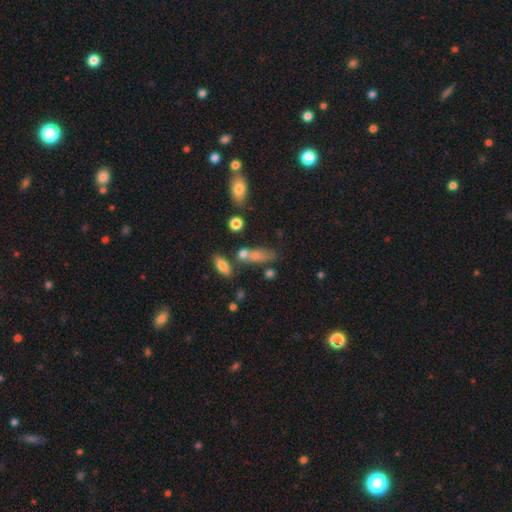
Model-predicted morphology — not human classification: Q: Smooth or featured?
A: smooth (63%); runner-up: featured or disk (21%)
Q: How rounded?
A: in between (59%); runner-up: cigar-shaped (32%)
Q: Merging?
A: none (50%); runner-up: merger (23%)